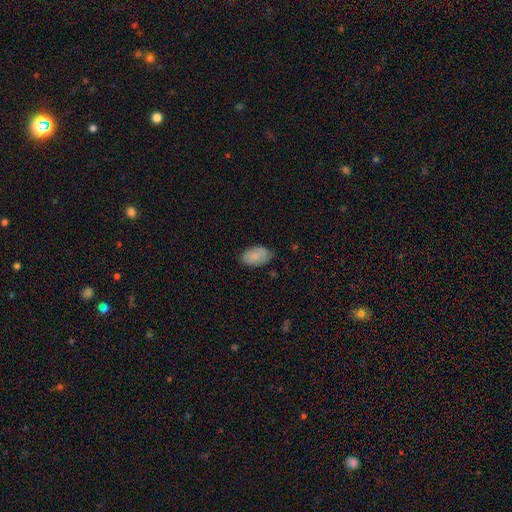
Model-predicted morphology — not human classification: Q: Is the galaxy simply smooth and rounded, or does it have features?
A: smooth — 84%.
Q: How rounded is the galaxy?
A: in between — 91%.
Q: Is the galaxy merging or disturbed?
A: none — 71%.